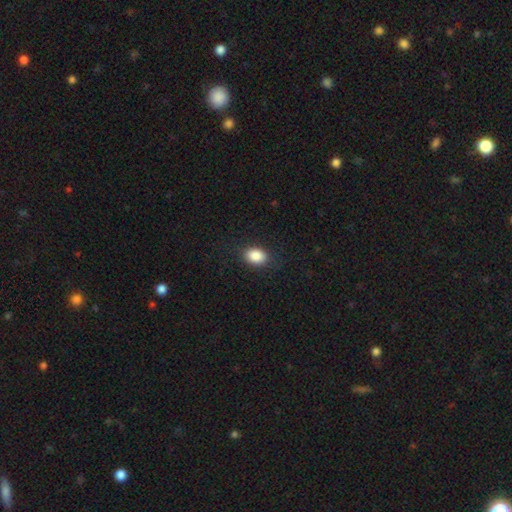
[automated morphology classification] smooth 88%, star or artifact 8%, featured or disk 4%. Down the decision tree: how rounded — in between (79%); merging — none (85%).